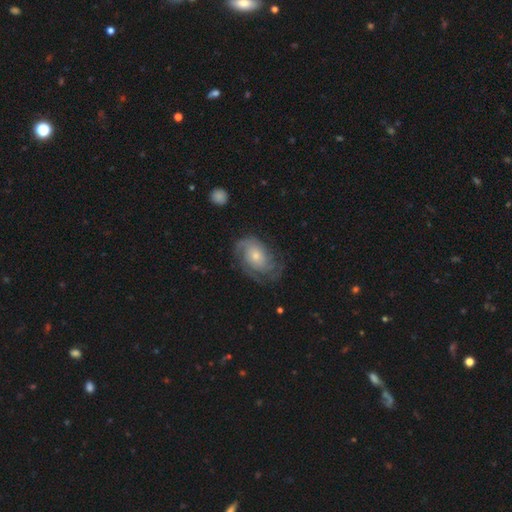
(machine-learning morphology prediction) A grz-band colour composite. It shows a featured or disk galaxy (78%) with no bar (76%), tight (51%) spiral arms (93%) and a small central bulge (48%). Merging: none (66%).